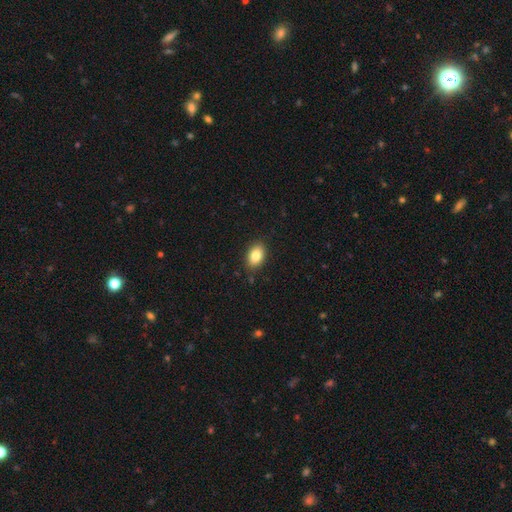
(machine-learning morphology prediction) smooth_or_featured: smooth (p=0.84) [alt: star or artifact p=0.08]
how_rounded: in between (p=0.87) [alt: round p=0.12]
merging: none (p=0.87) [alt: minor disturbance p=0.10]